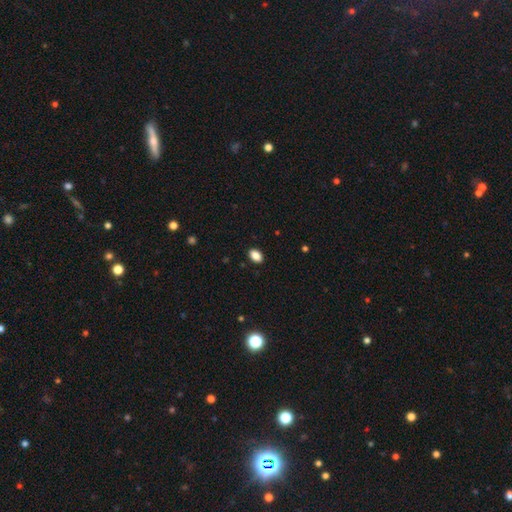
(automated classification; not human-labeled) Overall: smooth (87%). How rounded: in between (87%). Merging: none (90%).